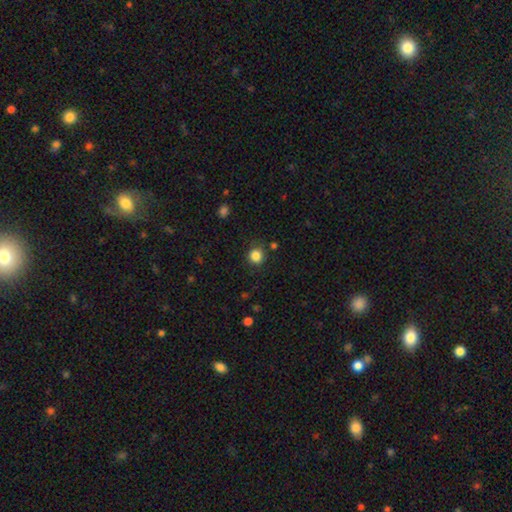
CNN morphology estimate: Smooth or featured? Predicted: smooth (p=0.85). How rounded? Predicted: round (p=0.90). Merging? Predicted: none (p=0.83).